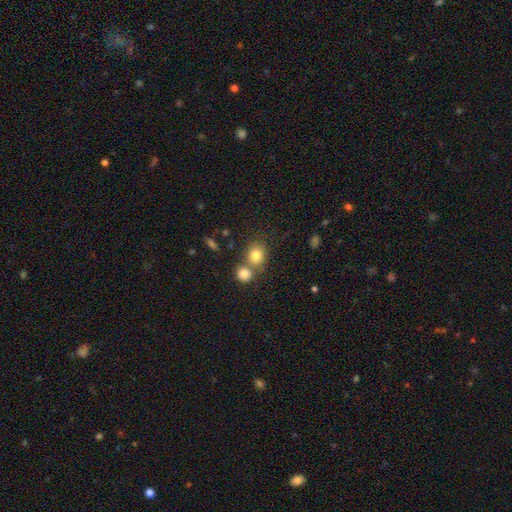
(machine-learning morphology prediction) Smooth or featured? smooth (80%)
How rounded? round (74%)
Merging? none (55%)